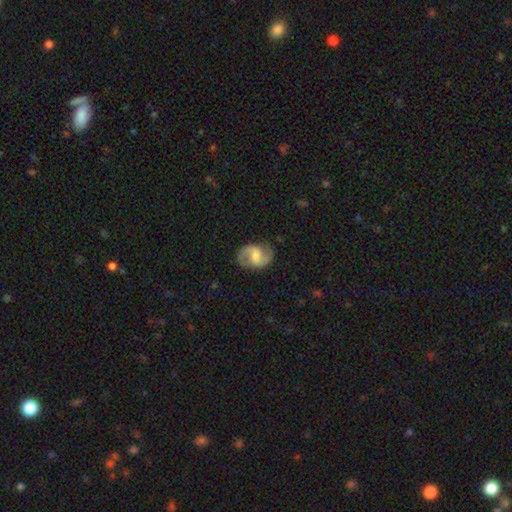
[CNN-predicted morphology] smooth_or_featured: featured or disk (p=0.80) [alt: smooth p=0.14]
disk_edge_on: no (p=0.98) [alt: yes p=0.02]
bar: weak (p=0.52) [alt: no p=0.33]
has_spiral_arms: yes (p=0.96) [alt: no p=0.04]
spiral_winding: medium (p=0.51) [alt: loose p=0.34]
spiral_arm_count: 2 (p=0.92) [alt: can't tell p=0.03]
bulge_size: moderate (p=0.39) [alt: small p=0.28]
merging: none (p=0.81) [alt: minor disturbance p=0.13]